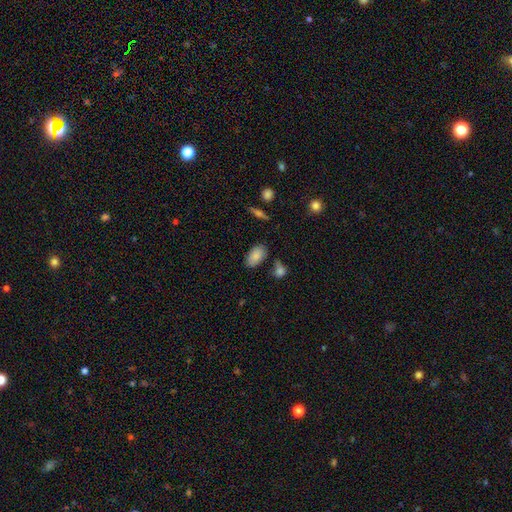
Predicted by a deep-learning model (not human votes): Q: Smooth or featured?
A: smooth (84%); runner-up: star or artifact (8%)
Q: How rounded?
A: in between (93%); runner-up: round (5%)
Q: Merging?
A: none (72%); runner-up: minor disturbance (17%)